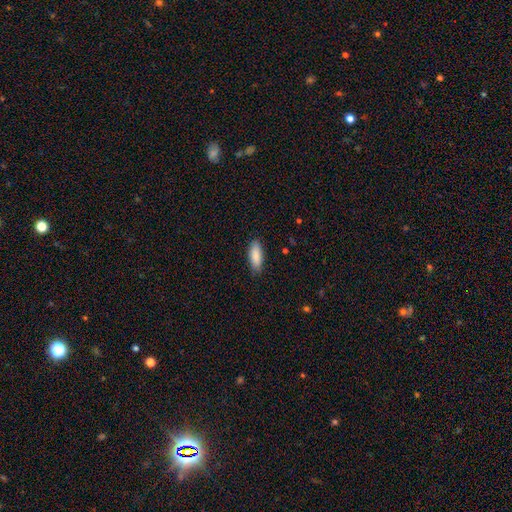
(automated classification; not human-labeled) The model was most divided on "how rounded": in between: 72%, cigar-shaped: 26%, round: 2%. More confident: smooth or featured — smooth (89%); merging — none (85%).